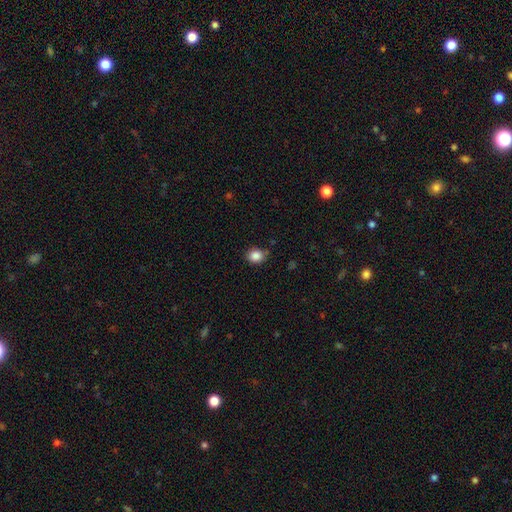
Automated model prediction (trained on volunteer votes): Q: Smooth or featured?
A: smooth (86%); runner-up: star or artifact (10%)
Q: How rounded?
A: round (66%); runner-up: in between (33%)
Q: Merging?
A: none (79%); runner-up: minor disturbance (16%)